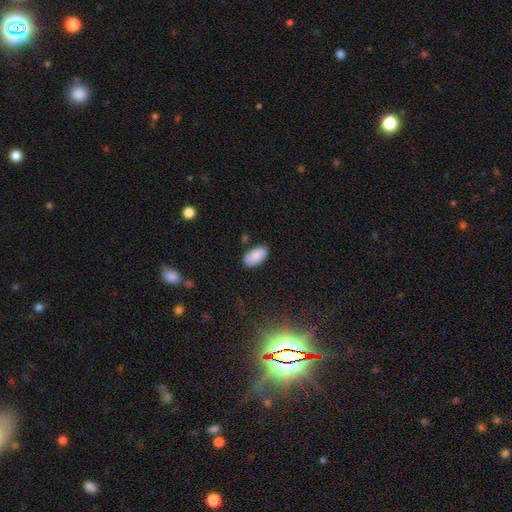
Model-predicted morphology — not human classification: type=smooth (87%); roundness=in between (95%); merging=none (77%).